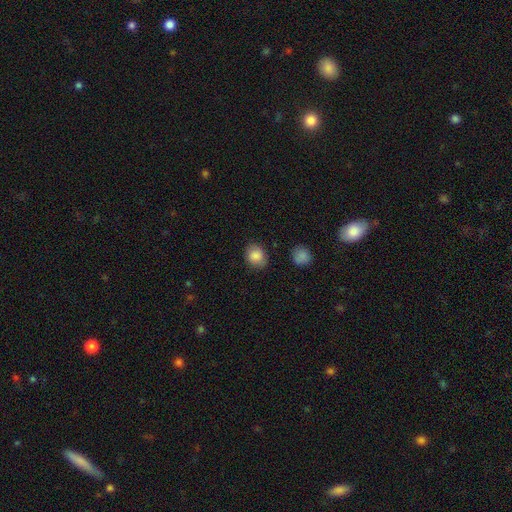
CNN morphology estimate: A smooth galaxy with no disk features (86%) that is round (56%). Merging: none (80%).